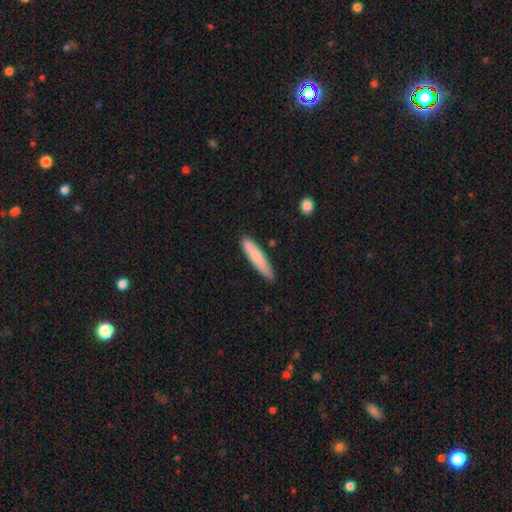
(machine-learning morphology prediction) Q: Smooth or featured?
A: smooth (78%); runner-up: featured or disk (16%)
Q: How rounded?
A: cigar-shaped (88%); runner-up: in between (10%)
Q: Merging?
A: none (83%); runner-up: minor disturbance (13%)